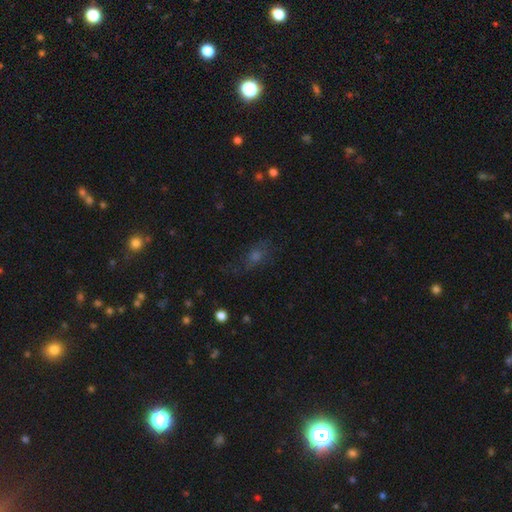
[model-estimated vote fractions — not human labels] Smooth or featured? smooth (39%)
Merging? none (58%)